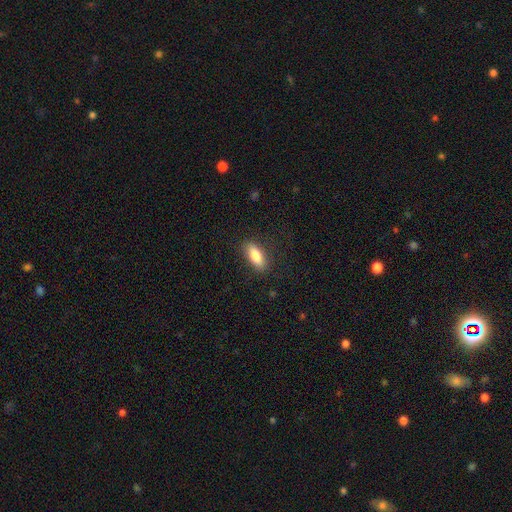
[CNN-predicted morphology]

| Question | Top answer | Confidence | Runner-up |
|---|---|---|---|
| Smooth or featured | smooth | 82% | featured or disk (11%) |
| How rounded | in between | 75% | cigar-shaped (22%) |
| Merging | none | 83% | minor disturbance (12%) |